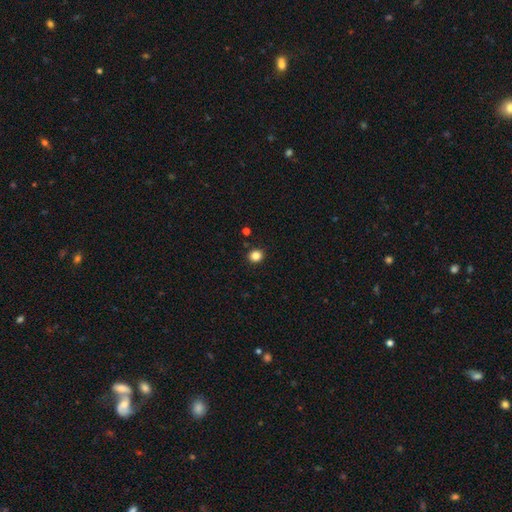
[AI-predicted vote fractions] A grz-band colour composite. It shows a smooth galaxy with no disk features (84%) that is round (84%). Merging: none (91%).